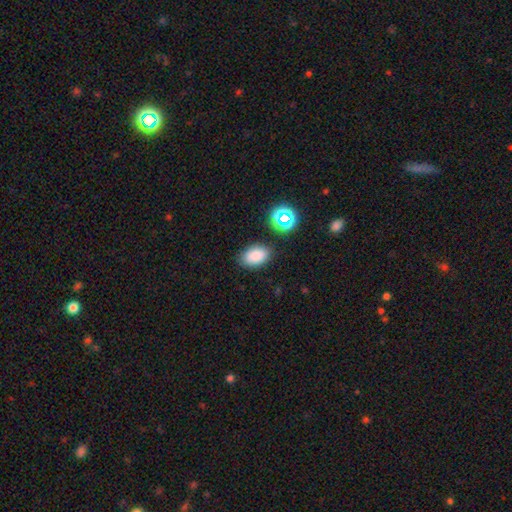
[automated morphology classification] A smooth galaxy with no disk features (82%) that is in between round and cigar-shaped (88%). Merging: none (83%).